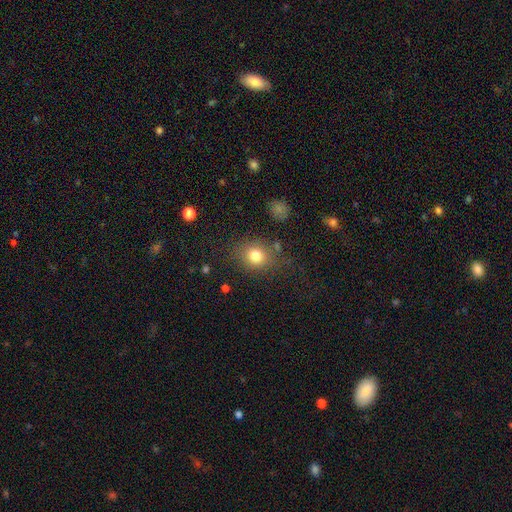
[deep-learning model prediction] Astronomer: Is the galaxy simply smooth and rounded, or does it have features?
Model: smooth — 79%.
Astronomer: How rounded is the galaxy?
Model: round — 66%.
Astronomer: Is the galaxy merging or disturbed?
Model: none — 75%.